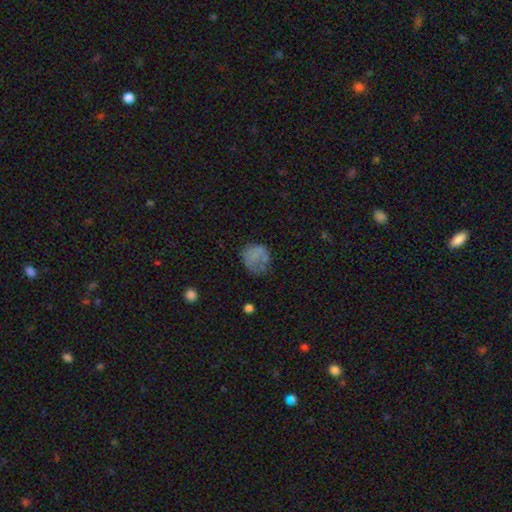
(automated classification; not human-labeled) The model was most divided on "merging": none: 47%, minor disturbance: 28%, major disturbance: 22%, merger: 3%. More confident: how rounded — round (75%); smooth or featured — smooth (67%).